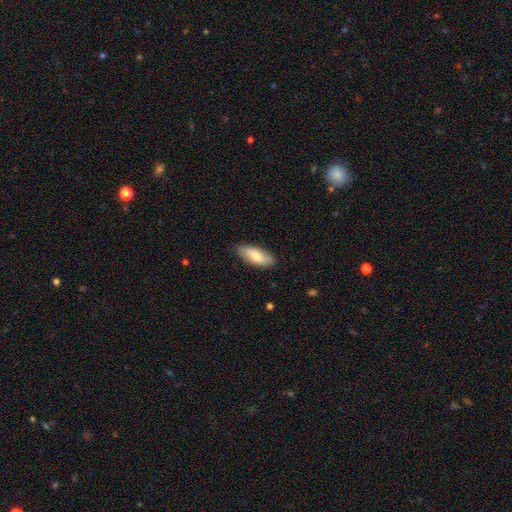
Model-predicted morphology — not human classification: Smooth or featured? Predicted: smooth (p=0.76). How rounded? Predicted: in between (p=0.82). Merging? Predicted: none (p=0.83).